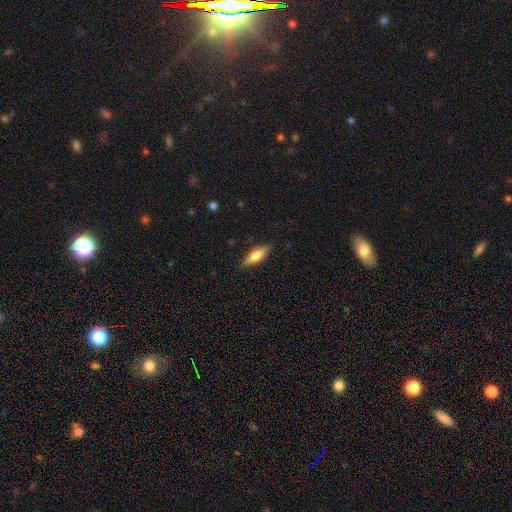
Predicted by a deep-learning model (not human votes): This is possibly a smooth galaxy (60%). How rounded: possibly in between (58%). Merging: clearly none (85%).